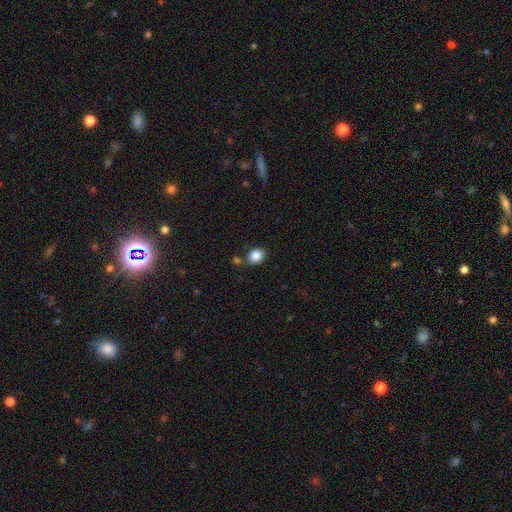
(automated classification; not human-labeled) smooth 86%, star or artifact 10%, featured or disk 5%. Down the decision tree: how rounded — round (68%); merging — none (75%).